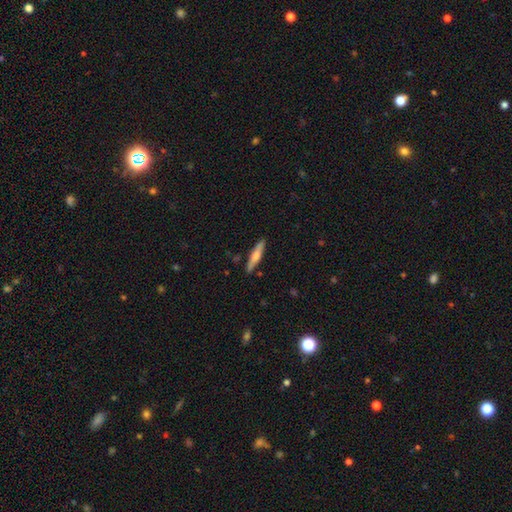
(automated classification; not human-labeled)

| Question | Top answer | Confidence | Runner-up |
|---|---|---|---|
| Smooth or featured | smooth | 53% | featured or disk (42%) |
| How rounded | cigar-shaped | 88% | in between (10%) |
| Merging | none | 88% | minor disturbance (8%) |